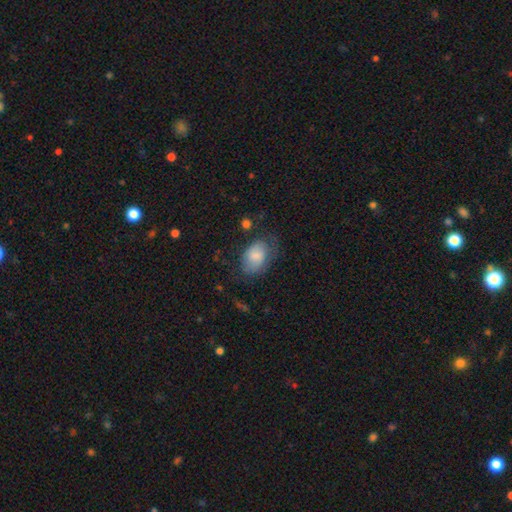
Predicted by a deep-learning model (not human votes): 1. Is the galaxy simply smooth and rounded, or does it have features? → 80% smooth, 13% featured or disk, 7% star or artifact.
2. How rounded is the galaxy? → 86% in between, 13% round, 1% cigar-shaped.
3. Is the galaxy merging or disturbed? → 55% none, 28% minor disturbance, 14% major disturbance, 2% merger.